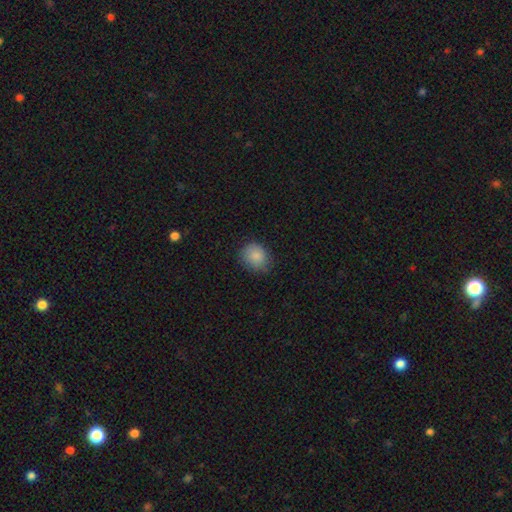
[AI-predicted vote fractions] smooth_or_featured: smooth (p=0.84) [alt: star or artifact p=0.09]
how_rounded: round (p=0.72) [alt: in between p=0.27]
merging: none (p=0.75) [alt: minor disturbance p=0.20]